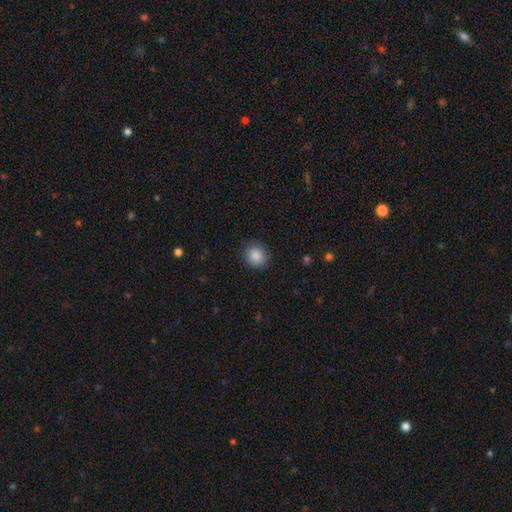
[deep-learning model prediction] smooth-or-featured: smooth: 87% | star or artifact: 9% | featured or disk: 4%
  how-rounded: round: 82% | in between: 17% | cigar-shaped: 1%
  merging: none: 87% | minor disturbance: 9% | major disturbance: 3% | merger: 1%